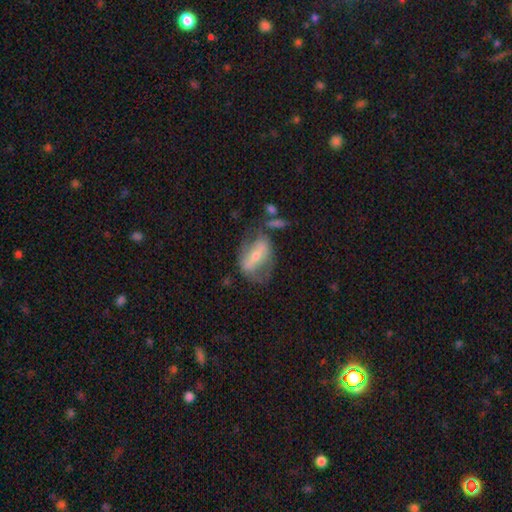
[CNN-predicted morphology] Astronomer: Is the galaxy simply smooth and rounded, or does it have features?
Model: featured or disk — 62%.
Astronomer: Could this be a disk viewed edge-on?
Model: no — 88%.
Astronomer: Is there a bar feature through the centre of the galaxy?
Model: strong — 53%.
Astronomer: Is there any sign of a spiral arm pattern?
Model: yes — 52% (runner-up: no, 48%).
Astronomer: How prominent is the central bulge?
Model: small — 54% (runner-up: moderate, 40%).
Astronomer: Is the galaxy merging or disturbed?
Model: none — 44% (runner-up: minor disturbance, 23%).